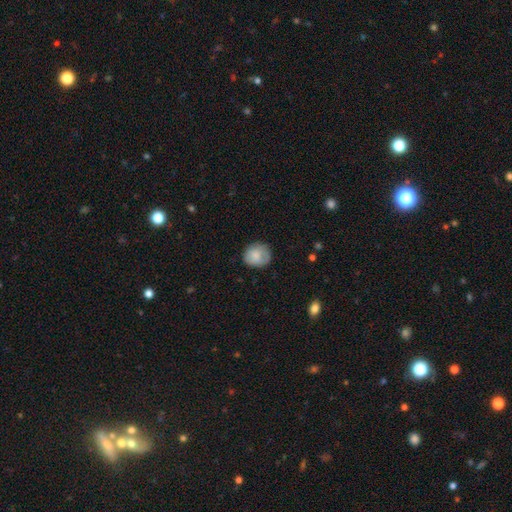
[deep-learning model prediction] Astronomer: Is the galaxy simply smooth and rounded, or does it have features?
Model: smooth — 82%.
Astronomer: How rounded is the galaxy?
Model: round — 73%.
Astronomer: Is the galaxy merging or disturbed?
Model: none — 73%.